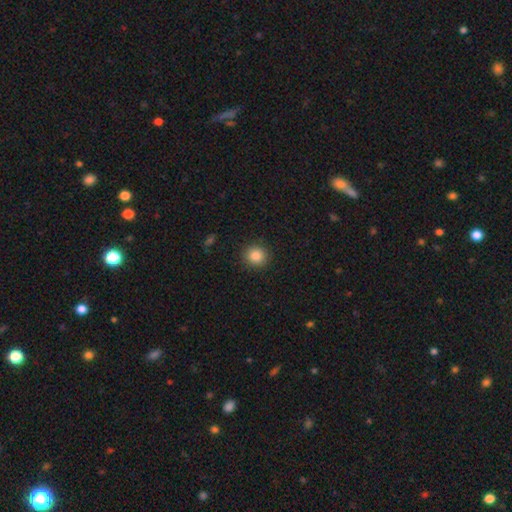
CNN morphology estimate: The model was most divided on "smooth or featured": smooth: 86%, star or artifact: 10%, featured or disk: 4%. More confident: merging — none (91%); how rounded — round (90%).